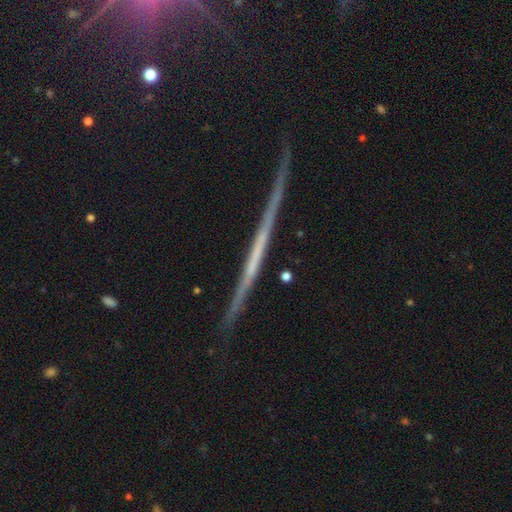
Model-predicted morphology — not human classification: Smooth or featured? Predicted: featured or disk (p=0.68). Edge-on disk? Predicted: yes (p=0.97). Edge-on bulge? Predicted: none (p=0.86). Merging? Predicted: none (p=0.88).